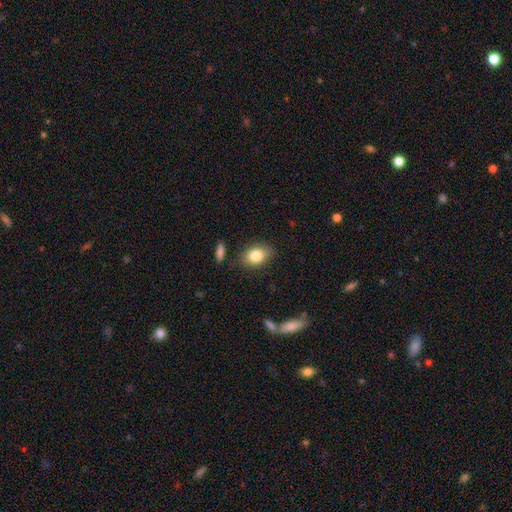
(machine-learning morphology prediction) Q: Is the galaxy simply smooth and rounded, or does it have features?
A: smooth — 82%.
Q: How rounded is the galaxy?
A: in between — 79%.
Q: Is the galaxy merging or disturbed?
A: none — 83%.